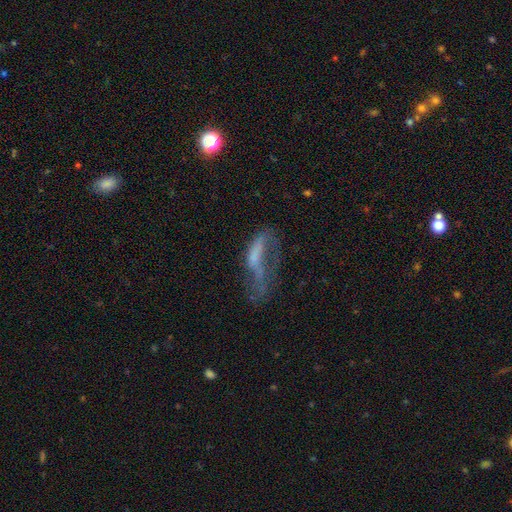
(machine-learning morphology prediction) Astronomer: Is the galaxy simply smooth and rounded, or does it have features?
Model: featured or disk — 48% (runner-up: smooth, 38%).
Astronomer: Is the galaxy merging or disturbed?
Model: major disturbance — 53%.